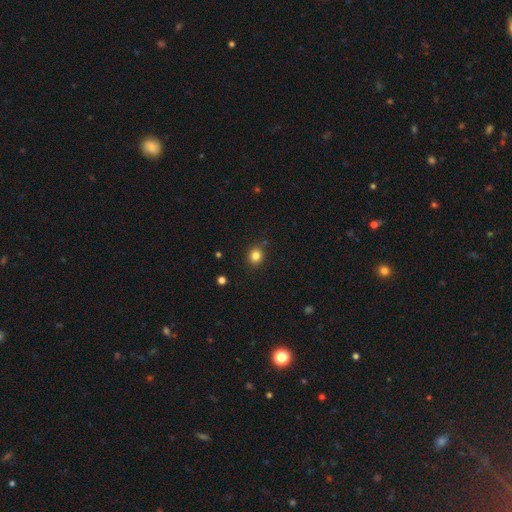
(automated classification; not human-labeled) The model was most divided on "how rounded": round: 80%, in between: 20%, cigar-shaped: 1%. More confident: merging — none (87%); smooth or featured — smooth (82%).